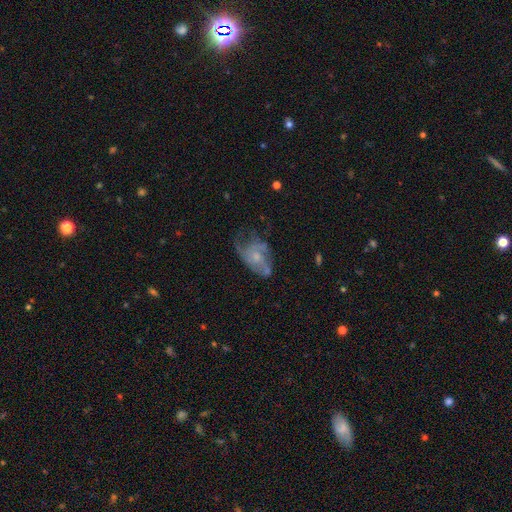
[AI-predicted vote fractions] smooth_or_featured: featured or disk (p=0.63) [alt: smooth p=0.29]
disk_edge_on: no (p=0.96) [alt: yes p=0.04]
bar: no (p=0.78) [alt: weak p=0.20]
has_spiral_arms: yes (p=0.66) [alt: no p=0.34]
bulge_size: small (p=0.47) [alt: moderate p=0.38]
merging: major disturbance (p=0.37) [alt: none p=0.31]